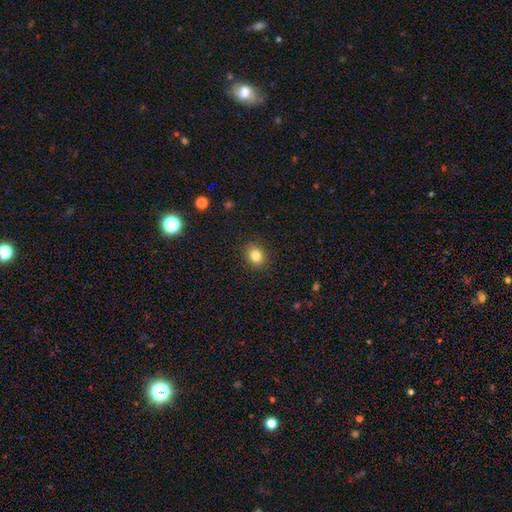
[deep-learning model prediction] Smooth or featured? smooth (83%)
How rounded? round (58%)
Merging? none (89%)